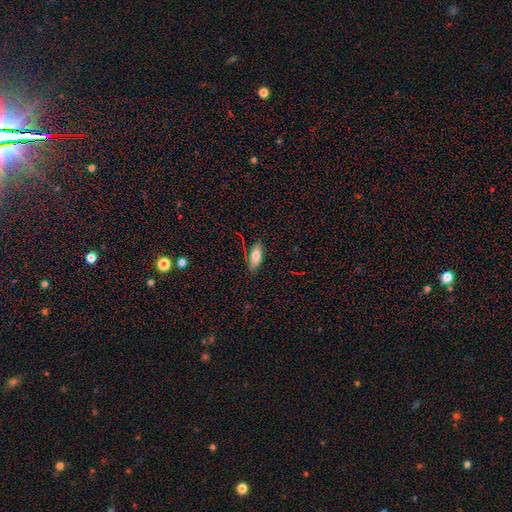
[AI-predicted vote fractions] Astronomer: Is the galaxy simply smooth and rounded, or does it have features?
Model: smooth — 80%.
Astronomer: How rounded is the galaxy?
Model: in between — 81%.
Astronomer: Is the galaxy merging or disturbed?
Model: none — 84%.